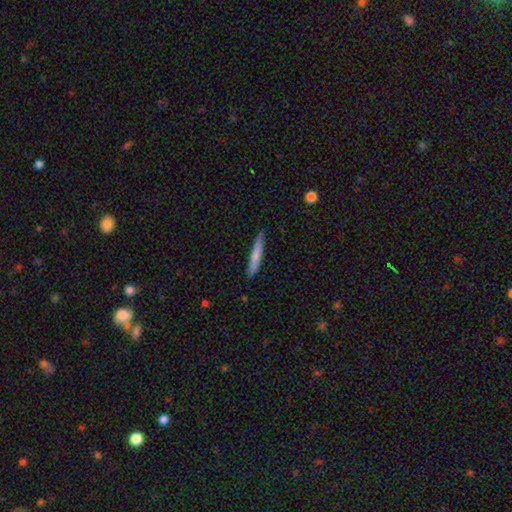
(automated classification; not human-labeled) Q: Smooth or featured?
A: smooth (69%); runner-up: featured or disk (25%)
Q: How rounded?
A: cigar-shaped (95%); runner-up: in between (4%)
Q: Merging?
A: none (87%); runner-up: minor disturbance (10%)